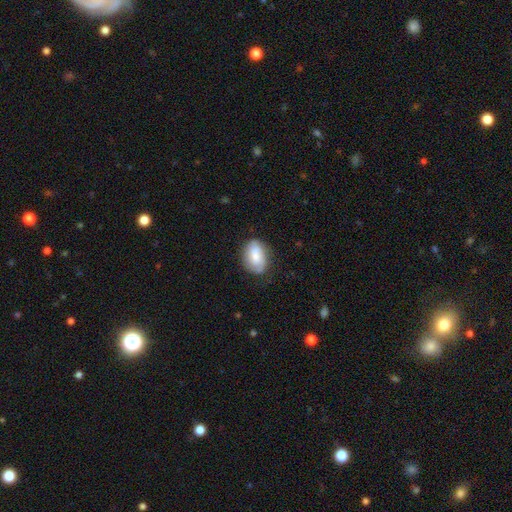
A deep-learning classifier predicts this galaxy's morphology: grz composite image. It shows a smooth galaxy with no disk features (60%) that is in between round and cigar-shaped (84%). Merging: none (70%).